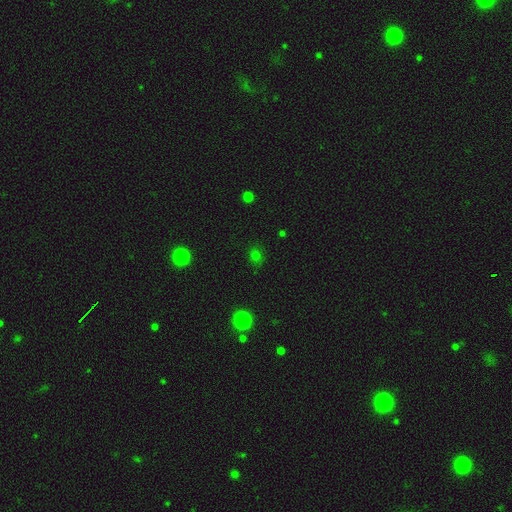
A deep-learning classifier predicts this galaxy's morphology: Smooth or featured: smooth — 68% (star or artifact — 26%)
How rounded: round — 77% (in between — 21%)
Merging: none — 84% (minor disturbance — 11%)